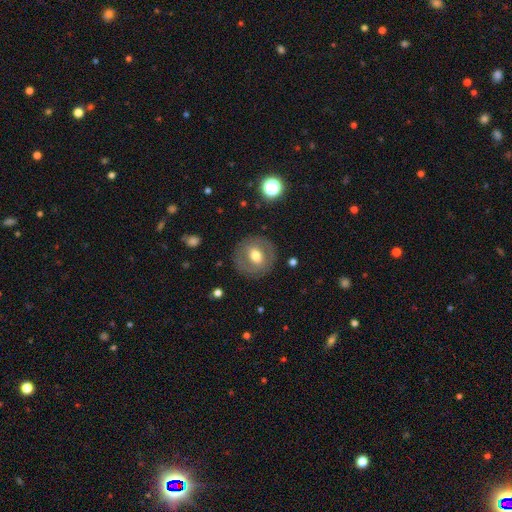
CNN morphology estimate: smooth 57%, featured or disk 35%, star or artifact 8%. Down the decision tree: how rounded — round (84%); merging — none (84%).